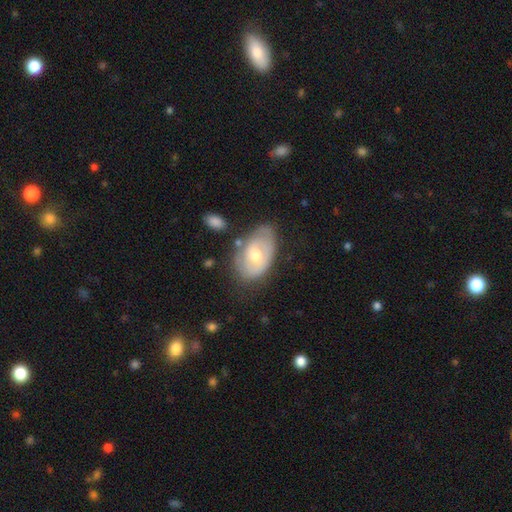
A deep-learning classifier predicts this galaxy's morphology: Smooth or featured? featured or disk (57%)
Edge-on disk? no (93%)
Bar? no (64%)
Spiral arms? yes (53%)
Bulge size? moderate (68%)
Merging? none (54%)